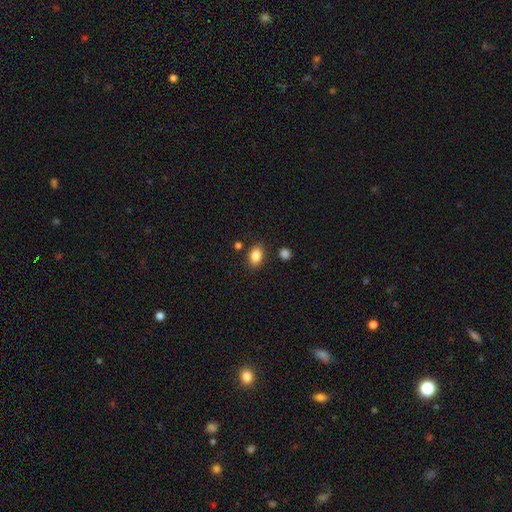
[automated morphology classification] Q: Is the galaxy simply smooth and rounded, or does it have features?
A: smooth — 85%.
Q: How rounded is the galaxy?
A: in between — 81%.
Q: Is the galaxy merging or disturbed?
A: none — 82%.